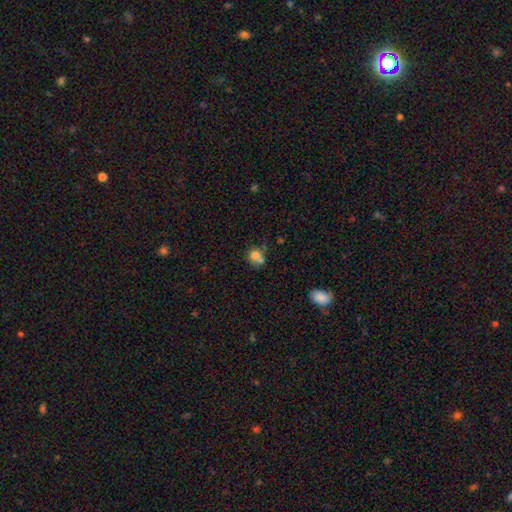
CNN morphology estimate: A smooth galaxy with no disk features (74%) that is round (72%). Merging: merger (41%).